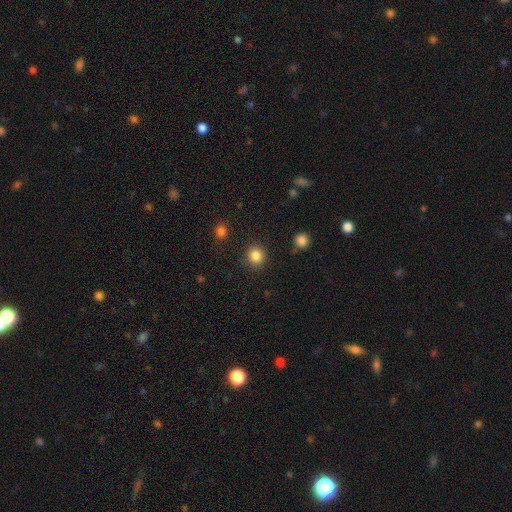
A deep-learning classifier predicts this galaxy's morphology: Smooth or featured?
  - smooth: 85% *
  - star or artifact: 11%
  - featured or disk: 3%
How rounded?
  - round: 87% *
  - in between: 12%
  - cigar-shaped: 1%
Merging?
  - none: 86% *
  - minor disturbance: 8%
  - major disturbance: 3%
  - merger: 2%